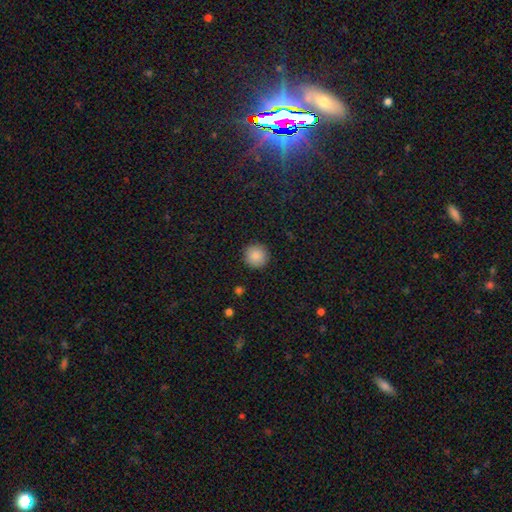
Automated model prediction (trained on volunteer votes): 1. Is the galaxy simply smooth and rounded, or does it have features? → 87% smooth, 9% star or artifact, 4% featured or disk.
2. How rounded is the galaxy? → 96% round, 4% in between, 1% cigar-shaped.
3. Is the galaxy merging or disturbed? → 92% none, 5% minor disturbance, 2% major disturbance, 1% merger.